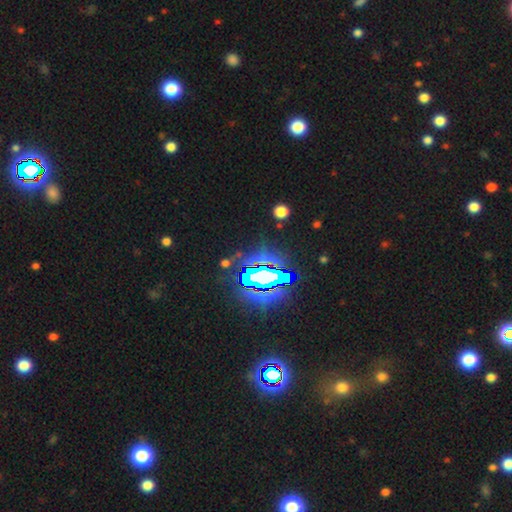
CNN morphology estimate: This is clearly a star or artifact rather than a galaxy (82%).